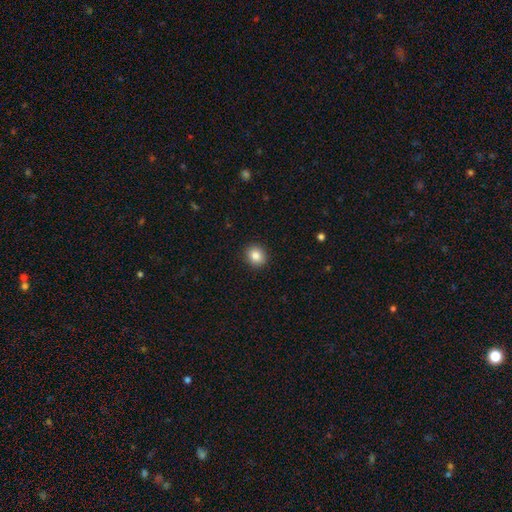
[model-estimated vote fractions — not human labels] Smooth or featured? smooth (86%)
How rounded? round (72%)
Merging? none (91%)